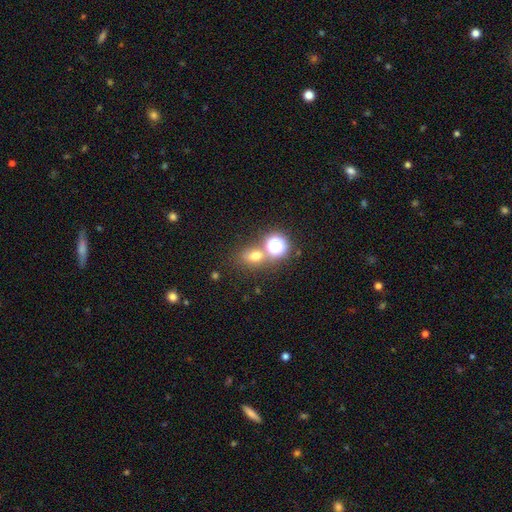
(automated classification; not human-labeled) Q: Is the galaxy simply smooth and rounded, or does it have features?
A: smooth — 63%.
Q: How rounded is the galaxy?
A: round — 55%.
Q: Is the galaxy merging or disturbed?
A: none — 63%.